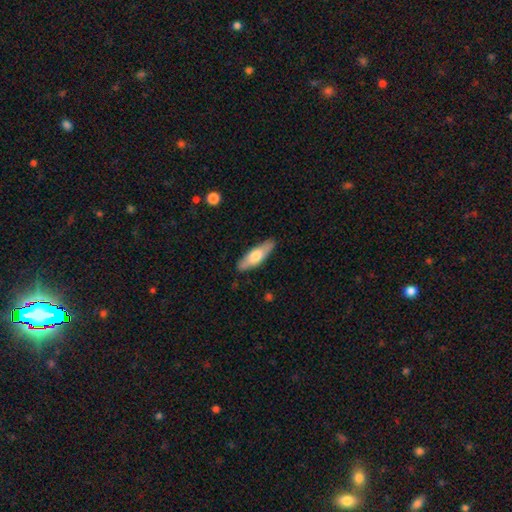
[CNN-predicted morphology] Q: Smooth or featured?
A: smooth (62%); runner-up: featured or disk (32%)
Q: How rounded?
A: in between (49%); tied with: cigar-shaped (49%)
Q: Merging?
A: none (87%); runner-up: minor disturbance (10%)